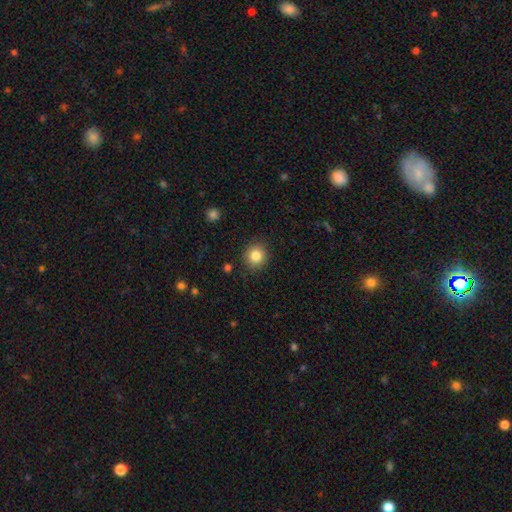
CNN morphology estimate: Overall: smooth (84%). How rounded: round (89%). Merging: none (89%).